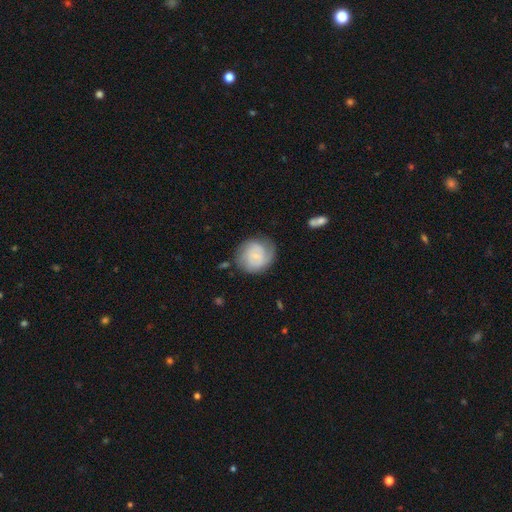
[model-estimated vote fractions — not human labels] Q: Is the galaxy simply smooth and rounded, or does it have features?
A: featured or disk — 60%.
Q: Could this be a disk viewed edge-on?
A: no — 98%.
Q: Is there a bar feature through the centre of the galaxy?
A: no — 63%.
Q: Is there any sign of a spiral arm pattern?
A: yes — 90%.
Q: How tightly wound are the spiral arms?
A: tight — 56%.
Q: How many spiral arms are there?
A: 2 — 40%.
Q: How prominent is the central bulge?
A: small — 73%.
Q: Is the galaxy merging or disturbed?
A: none — 68%.